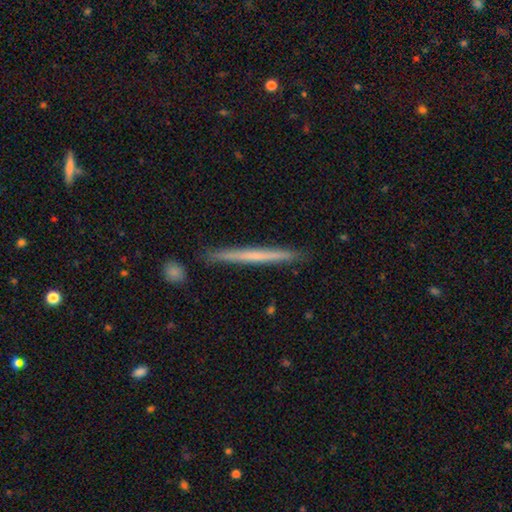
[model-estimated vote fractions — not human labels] Overall: featured or disk (48%; smooth 46%). Merging: none (89%).